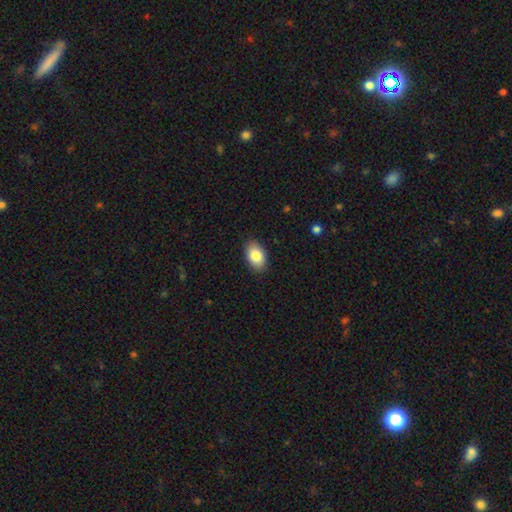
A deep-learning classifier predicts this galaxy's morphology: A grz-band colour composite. It shows a smooth galaxy with no disk features (84%) that is in between round and cigar-shaped (91%). Merging: none (88%).